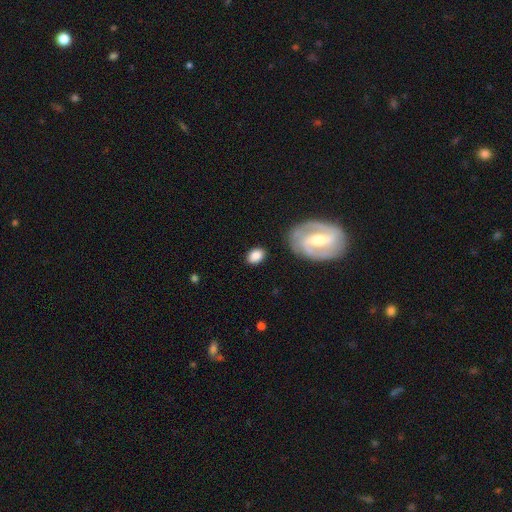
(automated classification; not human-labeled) This appears to be a smooth galaxy with no disk features (78%) that is in between round and cigar-shaped (76%). Merging: none (80%).